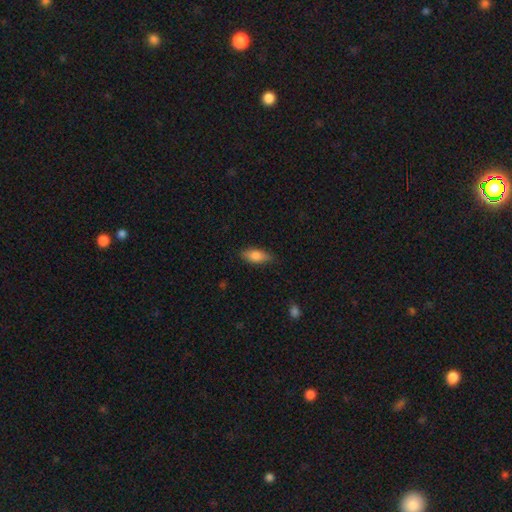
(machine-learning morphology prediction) This is likely a smooth galaxy (80%). How rounded: likely in between (78%). Merging: clearly none (83%).